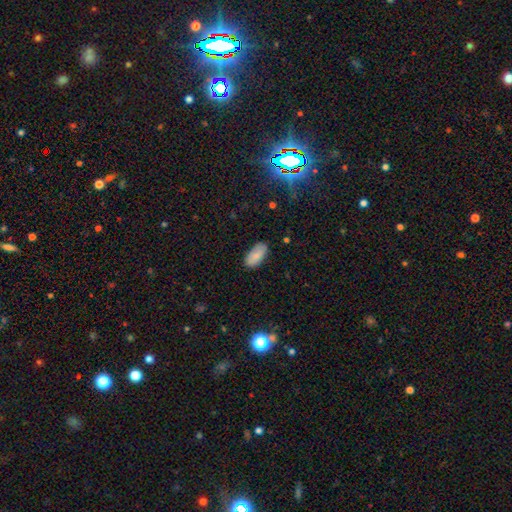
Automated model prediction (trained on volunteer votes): smooth_or_featured: smooth (p=0.81) [alt: featured or disk p=0.12]
how_rounded: in between (p=0.93) [alt: cigar-shaped p=0.04]
merging: none (p=0.82) [alt: minor disturbance p=0.14]